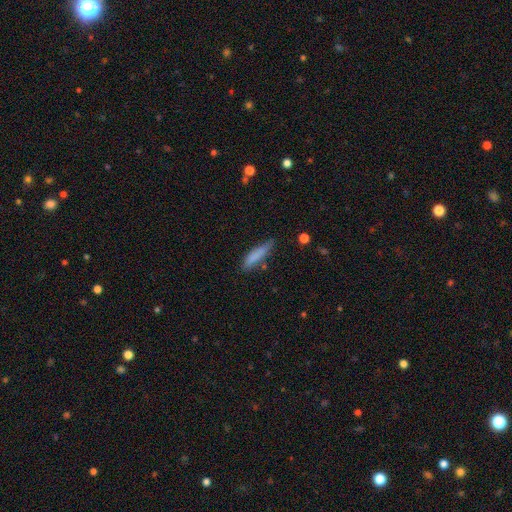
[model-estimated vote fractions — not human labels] smooth 80%, featured or disk 13%, star or artifact 7%. Down the decision tree: how rounded — cigar-shaped (79%); merging — none (65%).